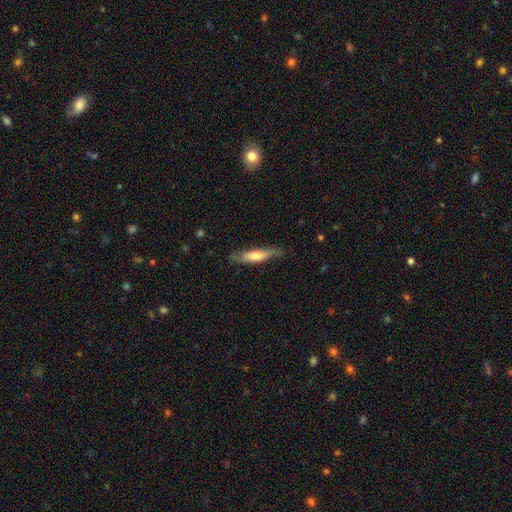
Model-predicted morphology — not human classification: smooth 60%, featured or disk 35%, star or artifact 6%. Down the decision tree: how rounded — cigar-shaped (73%); merging — none (74%).